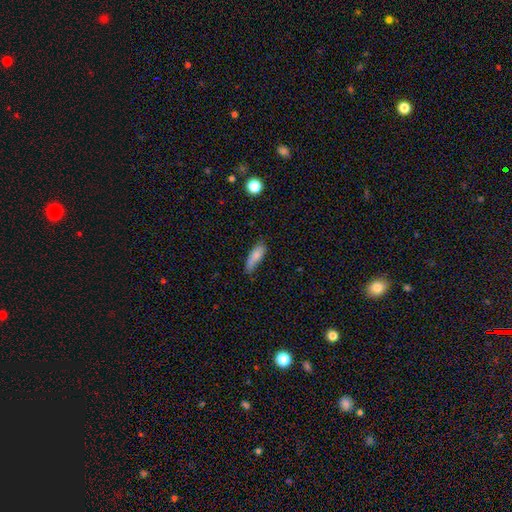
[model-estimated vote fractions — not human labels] Smooth or featured? smooth (81%)
How rounded? in between (56%)
Merging? none (52%)